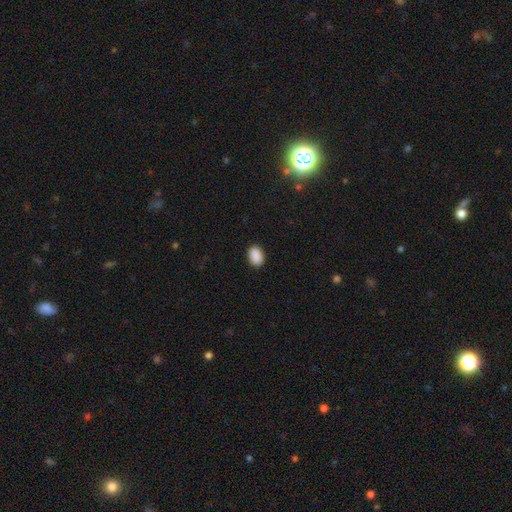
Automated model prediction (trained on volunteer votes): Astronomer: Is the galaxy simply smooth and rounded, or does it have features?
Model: smooth — 90%.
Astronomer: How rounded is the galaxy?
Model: in between — 83%.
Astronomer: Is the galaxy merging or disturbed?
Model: none — 90%.